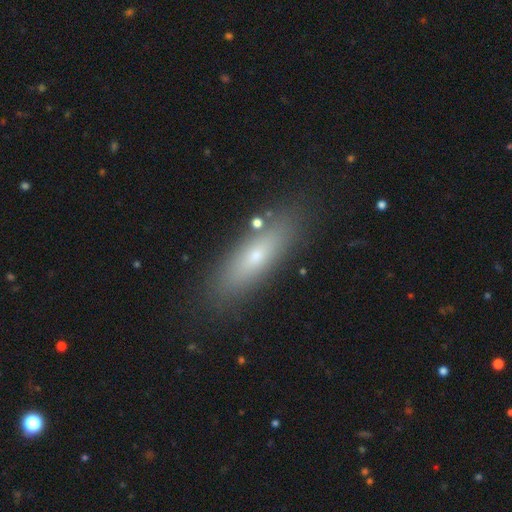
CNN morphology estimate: smooth_or_featured: smooth (p=0.62) [alt: featured or disk p=0.28]
how_rounded: cigar-shaped (p=0.55) [alt: in between p=0.42]
merging: none (p=0.85) [alt: minor disturbance p=0.10]